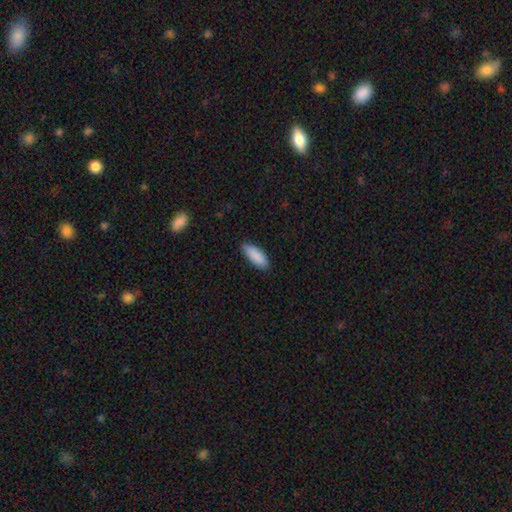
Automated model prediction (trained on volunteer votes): Smooth or featured?
  - smooth: 90% *
  - star or artifact: 6%
  - featured or disk: 5%
How rounded?
  - in between: 70% *
  - cigar-shaped: 29%
  - round: 2%
Merging?
  - none: 86% *
  - minor disturbance: 11%
  - major disturbance: 2%
  - merger: 1%